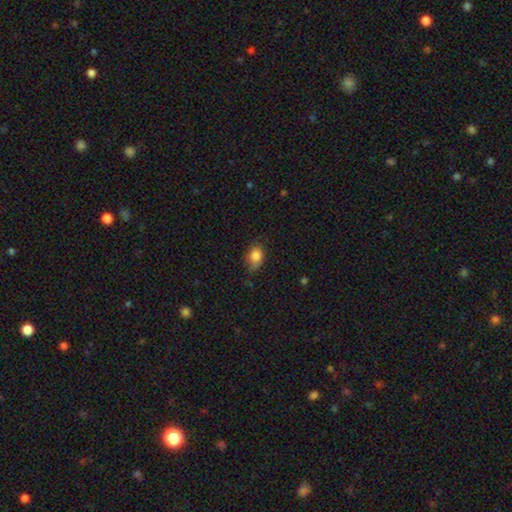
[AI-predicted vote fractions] A smooth galaxy with no disk features (83%) that is in between round and cigar-shaped (71%). Merging: none (60%).